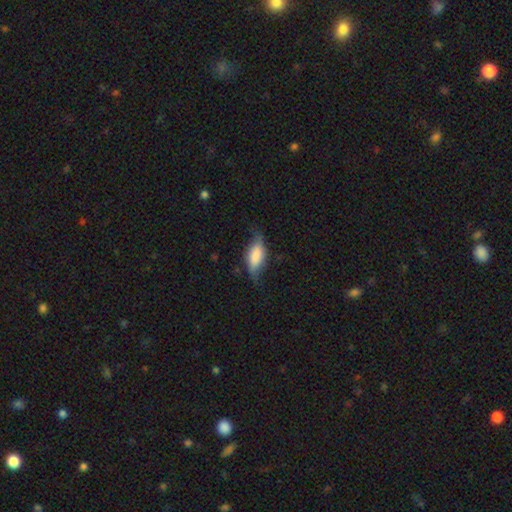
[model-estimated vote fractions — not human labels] smooth-or-featured: smooth: 64% | featured or disk: 29% | star or artifact: 7%
  how-rounded: in between: 79% | cigar-shaped: 17% | round: 3%
  merging: none: 54% | minor disturbance: 31% | major disturbance: 12% | merger: 2%